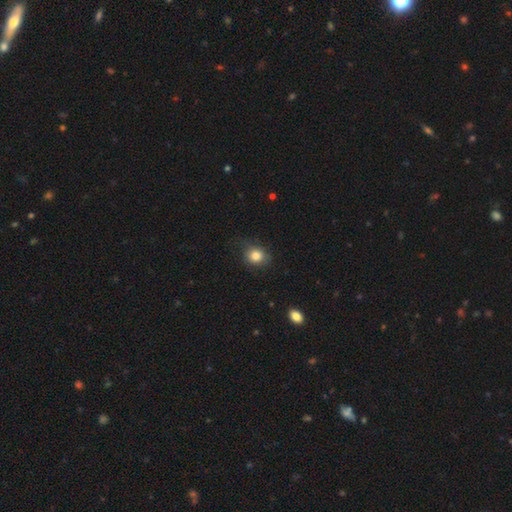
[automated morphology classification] Smooth or featured: smooth — 84% (star or artifact — 10%)
How rounded: round — 66% (in between — 33%)
Merging: none — 72% (minor disturbance — 21%)